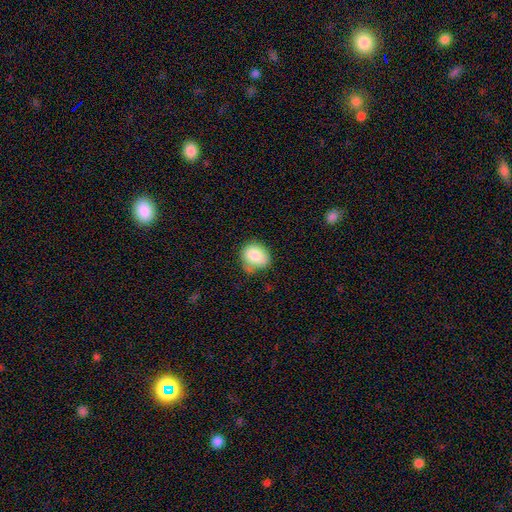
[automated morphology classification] Overall: smooth (85%). How rounded: round (61%; in between 38%). Merging: none (61%; minor disturbance 28%).